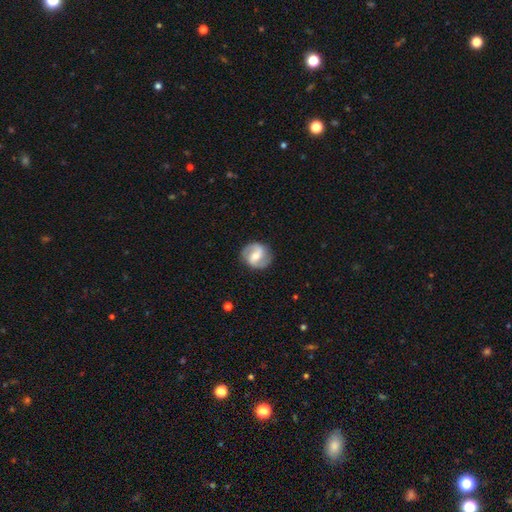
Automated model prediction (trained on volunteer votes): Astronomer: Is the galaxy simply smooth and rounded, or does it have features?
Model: featured or disk — 71%.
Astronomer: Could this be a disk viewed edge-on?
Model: no — 97%.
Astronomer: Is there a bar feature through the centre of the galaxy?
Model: weak — 42% (runner-up: strong, 41%).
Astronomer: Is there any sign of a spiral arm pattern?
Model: yes — 85%.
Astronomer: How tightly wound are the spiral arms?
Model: medium — 45% (runner-up: loose, 28%).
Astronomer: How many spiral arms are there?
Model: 2 — 89%.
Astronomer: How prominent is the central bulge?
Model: moderate — 57% (runner-up: small, 35%).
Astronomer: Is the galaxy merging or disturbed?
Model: none — 84%.